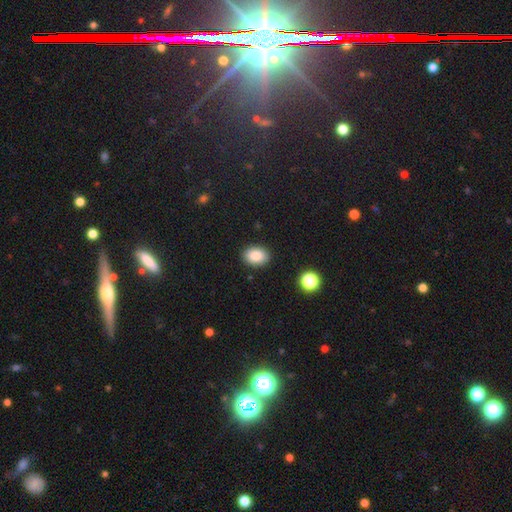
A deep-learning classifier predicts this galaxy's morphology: smooth-or-featured: smooth: 86% | star or artifact: 9% | featured or disk: 5%
  how-rounded: in between: 72% | round: 27% | cigar-shaped: 1%
  merging: none: 89% | minor disturbance: 8% | major disturbance: 2% | merger: 1%